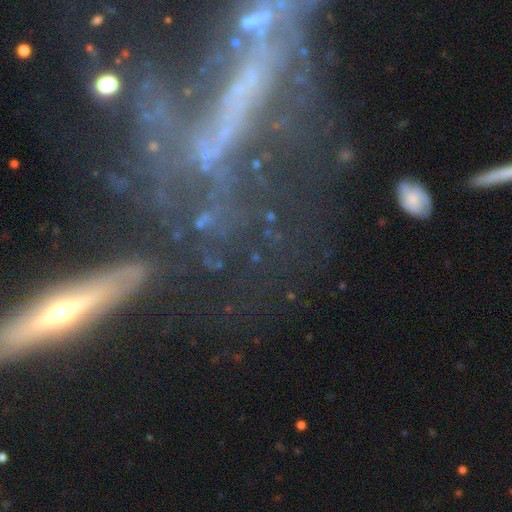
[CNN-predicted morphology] The model was most divided on "edge-on disk": no: 55%, yes: 45%. Remaining: smooth or featured — featured or disk (62%); merging — none (50%).